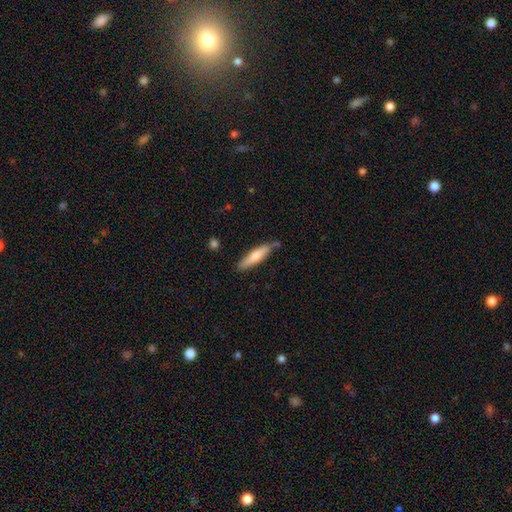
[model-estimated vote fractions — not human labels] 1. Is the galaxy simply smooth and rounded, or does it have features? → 70% smooth, 24% featured or disk, 5% star or artifact.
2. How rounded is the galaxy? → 80% cigar-shaped, 18% in between, 1% round.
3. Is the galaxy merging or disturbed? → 76% none, 16% minor disturbance, 5% merger, 3% major disturbance.